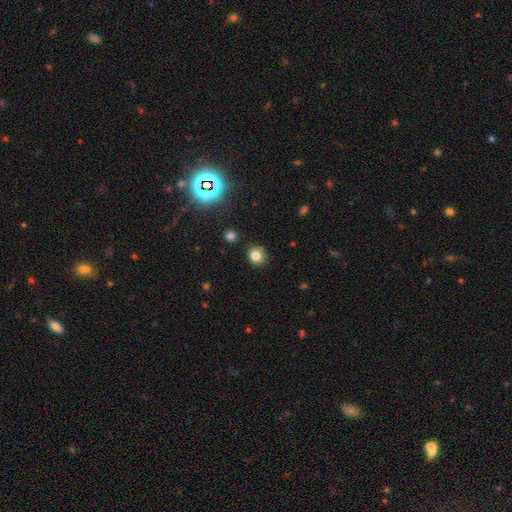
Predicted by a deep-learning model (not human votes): Smooth or featured: smooth — 80% (star or artifact — 13%)
How rounded: round — 76% (in between — 23%)
Merging: none — 86% (minor disturbance — 10%)